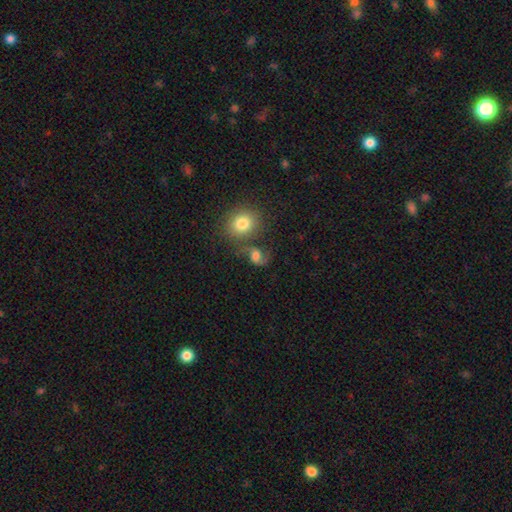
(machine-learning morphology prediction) Smooth or featured? smooth (53%)
How rounded? round (51%)
Merging? none (47%)